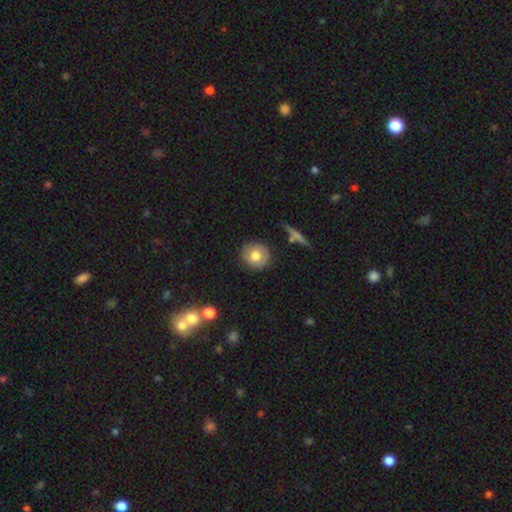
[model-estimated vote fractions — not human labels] This appears to be a smooth galaxy with no disk features (77%) that is round (91%). Merging: none (88%).